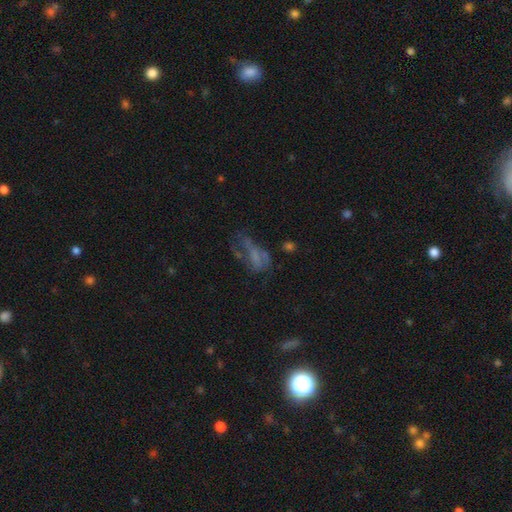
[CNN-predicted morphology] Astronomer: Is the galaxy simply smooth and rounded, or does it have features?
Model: featured or disk — 44% (runner-up: smooth, 35%).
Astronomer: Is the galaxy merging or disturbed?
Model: major disturbance — 43% (runner-up: none, 30%).